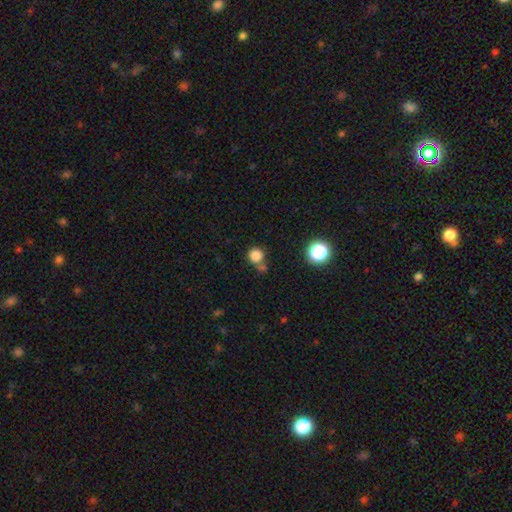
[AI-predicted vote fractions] smooth_or_featured: smooth (p=0.82) [alt: star or artifact p=0.13]
how_rounded: round (p=0.91) [alt: in between p=0.08]
merging: none (p=0.61) [alt: merger p=0.23]